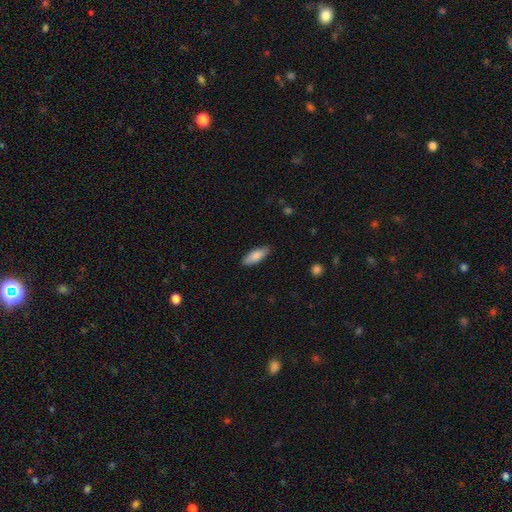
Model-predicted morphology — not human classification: Smooth or featured?
  - smooth: 85% *
  - featured or disk: 9%
  - star or artifact: 6%
How rounded?
  - in between: 71% *
  - cigar-shaped: 27%
  - round: 2%
Merging?
  - none: 84% *
  - minor disturbance: 13%
  - major disturbance: 2%
  - merger: 1%